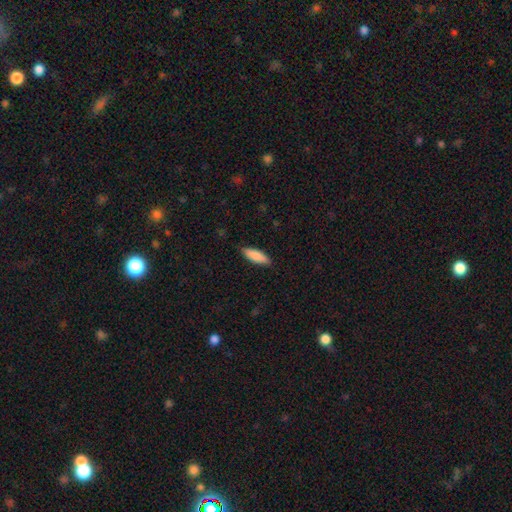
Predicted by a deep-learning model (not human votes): smooth 87%, featured or disk 7%, star or artifact 5%. Down the decision tree: how rounded — in between (55%); merging — none (87%).